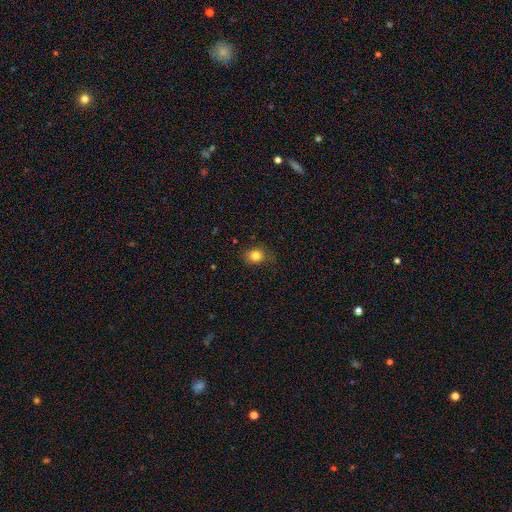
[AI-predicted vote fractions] smooth 82%, star or artifact 12%, featured or disk 6%. Down the decision tree: how rounded — round (68%); merging — none (77%).